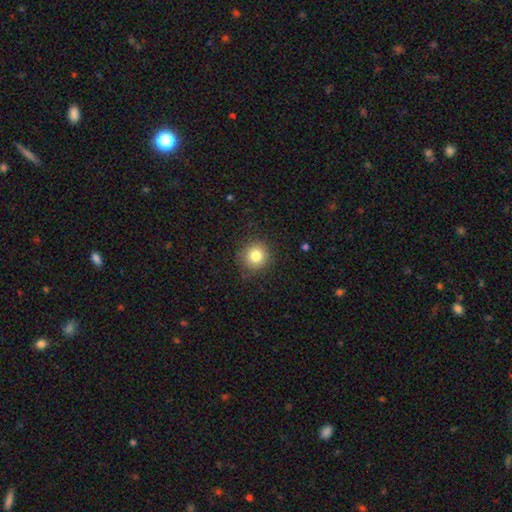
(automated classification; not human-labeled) The model was most divided on "smooth or featured": smooth: 82%, star or artifact: 11%, featured or disk: 7%. More confident: how rounded — round (91%); merging — none (87%).